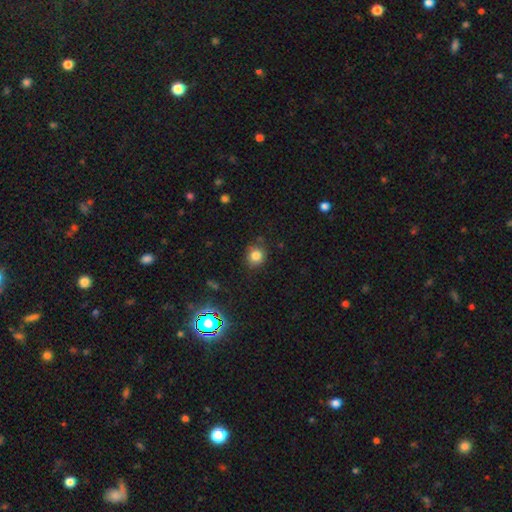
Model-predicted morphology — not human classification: Smooth or featured?
  - smooth: 79% *
  - star or artifact: 14%
  - featured or disk: 6%
How rounded?
  - round: 86% *
  - in between: 13%
  - cigar-shaped: 1%
Merging?
  - none: 82% *
  - minor disturbance: 13%
  - major disturbance: 3%
  - merger: 2%